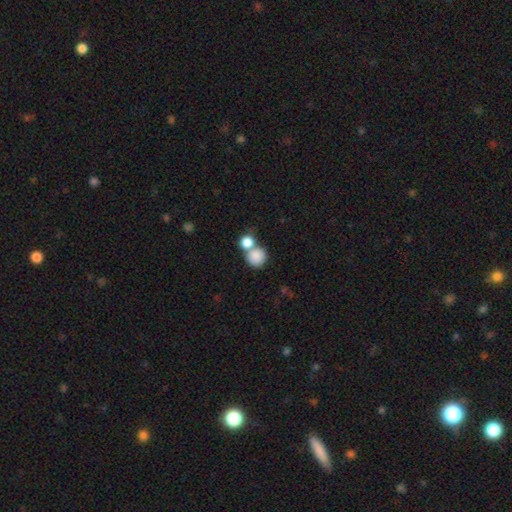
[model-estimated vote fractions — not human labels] A smooth galaxy with no disk features (85%) that is round (87%).

Vote fractions:
- Smooth or featured? smooth: 85% / star or artifact: 8% / featured or disk: 7%
- How rounded? round: 87% / in between: 12% / cigar-shaped: 1%
- Merging? merger: 46% / none: 42% / minor disturbance: 8% / major disturbance: 4%